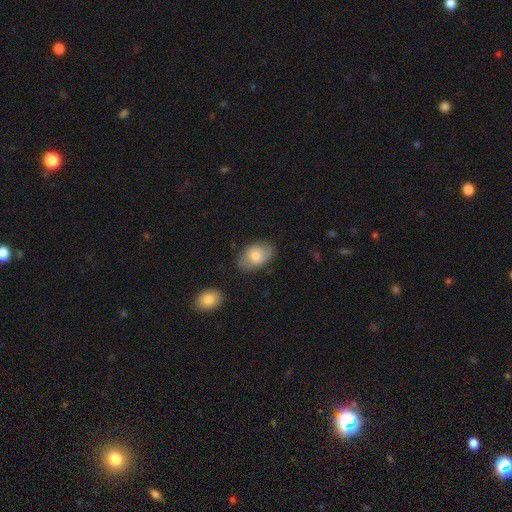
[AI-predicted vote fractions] This is likely a smooth galaxy (68%). How rounded: clearly in between (87%). Merging: likely none (73%).